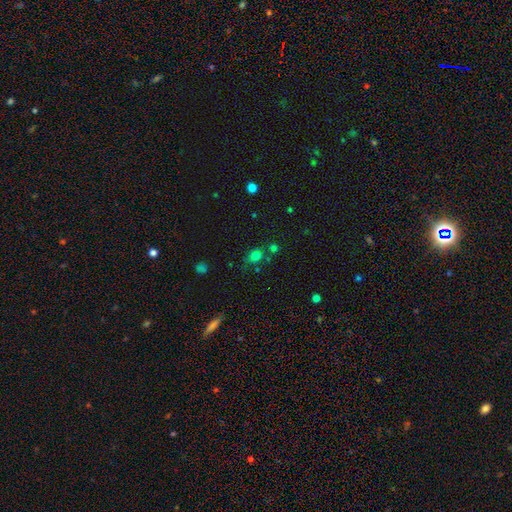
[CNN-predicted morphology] This is likely a smooth galaxy (72%). How rounded: likely round (62%). Merging: likely none (65%).